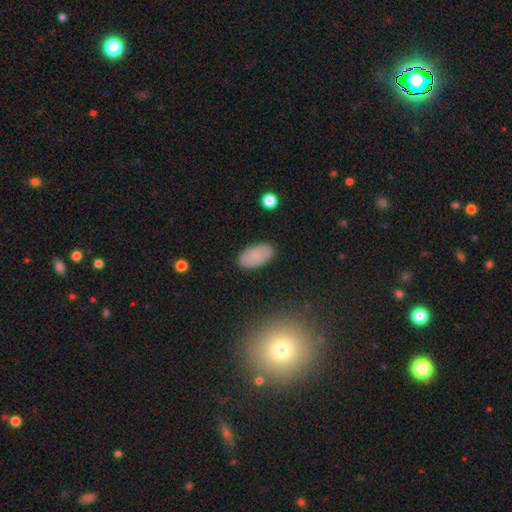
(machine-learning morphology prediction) smooth 71%, featured or disk 21%, star or artifact 9%. Down the decision tree: how rounded — in between (94%); merging — none (87%).